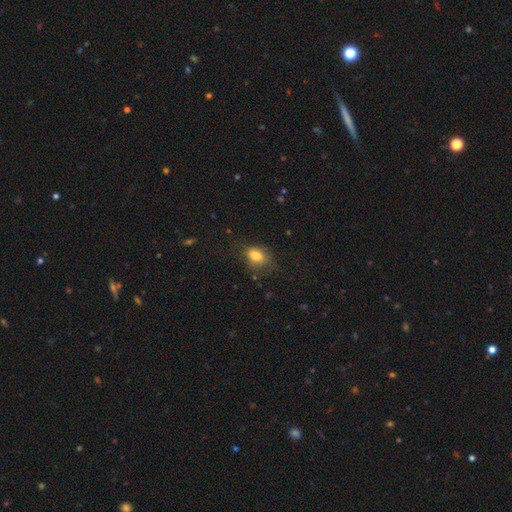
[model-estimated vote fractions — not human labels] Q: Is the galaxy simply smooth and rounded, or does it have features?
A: smooth — 82%.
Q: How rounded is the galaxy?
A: in between — 80%.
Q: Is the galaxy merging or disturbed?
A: none — 70%.